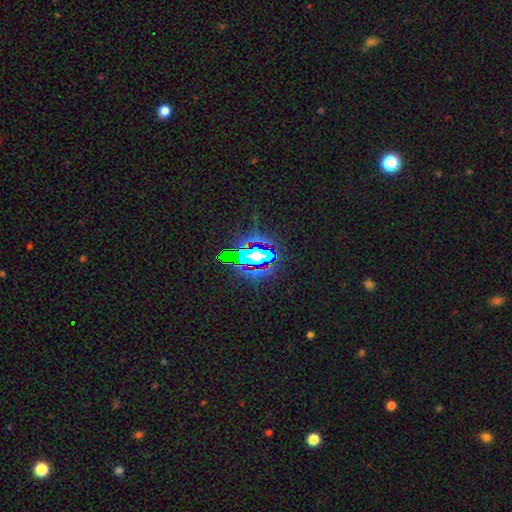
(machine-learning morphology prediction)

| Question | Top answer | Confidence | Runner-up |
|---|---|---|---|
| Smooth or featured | star or artifact | 65% | smooth (20%) |